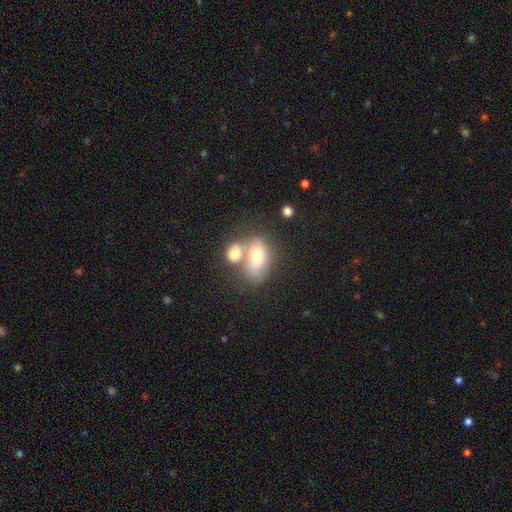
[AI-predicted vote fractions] A smooth galaxy with no disk features (63%) that is in between round and cigar-shaped (80%). Merging: merger (55%).